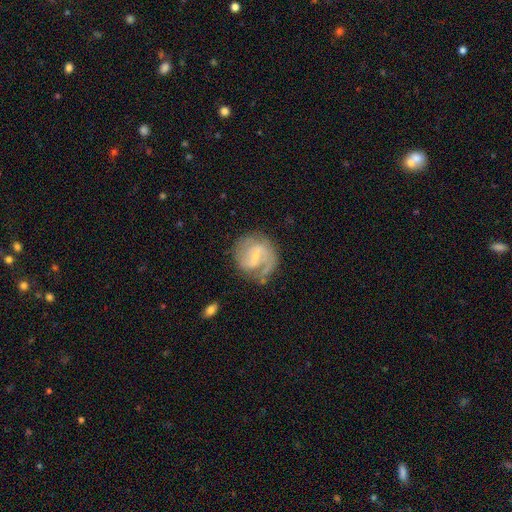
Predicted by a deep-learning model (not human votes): smooth-or-featured: featured or disk: 78% | smooth: 16% | star or artifact: 6%
  disk-edge-on: no: 98% | yes: 2%
    bar: weak: 57% | strong: 23% | no: 20%
    has-spiral-arms: yes: 92% | no: 8%
      spiral-winding: medium: 48% | tight: 33% | loose: 20%
      spiral-arm-count: 2: 66% | 1: 13% | can't tell: 13% | 3: 5% | 4: 2% | more than 4: 2%
    bulge-size: small: 62% | moderate: 19% | none: 16% | large: 2% | dominant: 1%
  merging: none: 62% | minor disturbance: 20% | major disturbance: 14% | merger: 3%